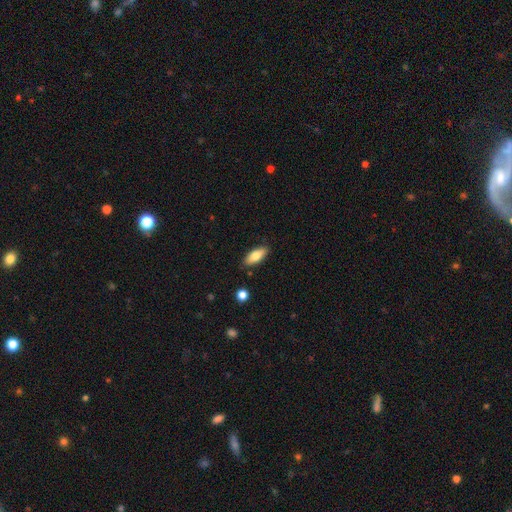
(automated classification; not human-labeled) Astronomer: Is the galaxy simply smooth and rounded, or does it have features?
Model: smooth — 77%.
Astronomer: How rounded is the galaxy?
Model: in between — 78%.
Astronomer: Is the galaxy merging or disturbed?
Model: none — 86%.